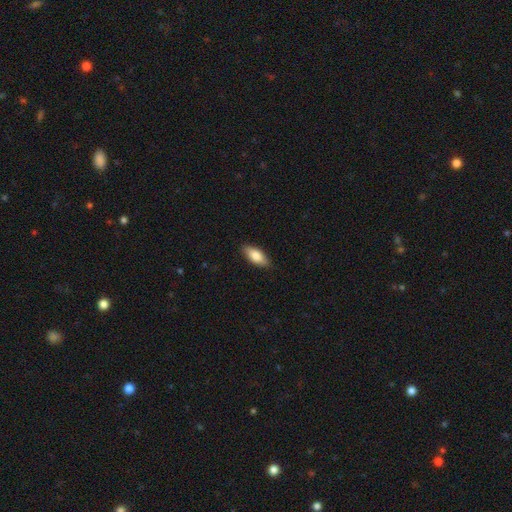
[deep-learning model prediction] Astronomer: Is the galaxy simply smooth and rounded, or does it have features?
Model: smooth — 80%.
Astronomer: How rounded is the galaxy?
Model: in between — 82%.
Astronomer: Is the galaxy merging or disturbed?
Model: none — 86%.